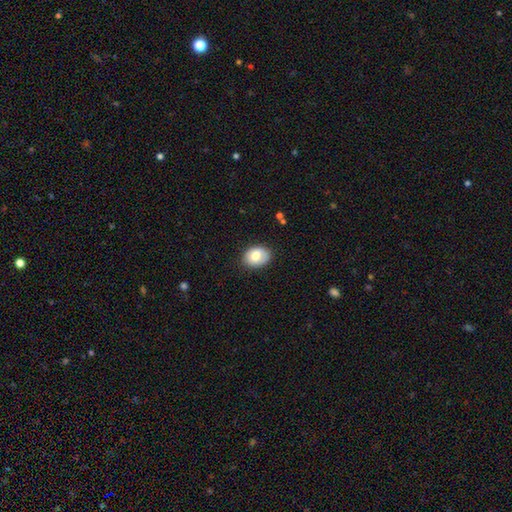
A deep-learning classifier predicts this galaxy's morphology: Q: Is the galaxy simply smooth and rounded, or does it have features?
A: smooth — 77%.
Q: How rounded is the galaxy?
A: in between — 70%.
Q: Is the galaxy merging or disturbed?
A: none — 82%.